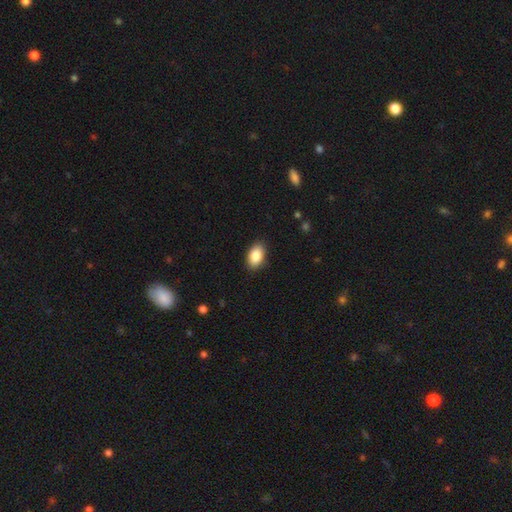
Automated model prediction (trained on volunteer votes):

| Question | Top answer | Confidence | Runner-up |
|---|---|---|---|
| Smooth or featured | smooth | 87% | star or artifact (7%) |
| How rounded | in between | 90% | round (8%) |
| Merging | none | 87% | minor disturbance (10%) |